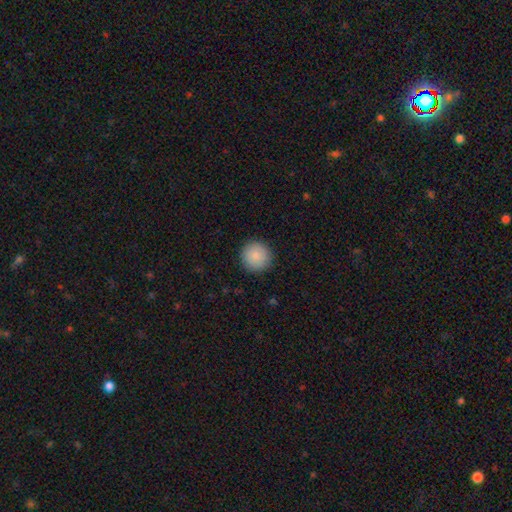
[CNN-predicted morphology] This appears to be a smooth galaxy with no disk features (86%) that is round (96%). Merging: none (92%).